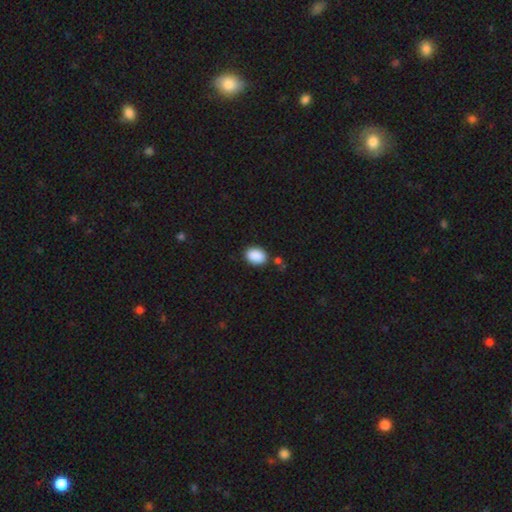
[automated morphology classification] Smooth or featured? Predicted: smooth (p=0.90). How rounded? Predicted: in between (p=0.76). Merging? Predicted: none (p=0.83).